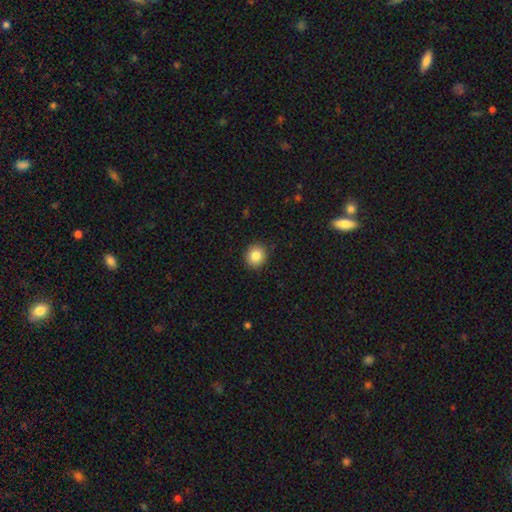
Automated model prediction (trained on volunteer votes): Smooth or featured: smooth — 83% (star or artifact — 9%)
How rounded: round — 82% (in between — 17%)
Merging: none — 90% (minor disturbance — 7%)